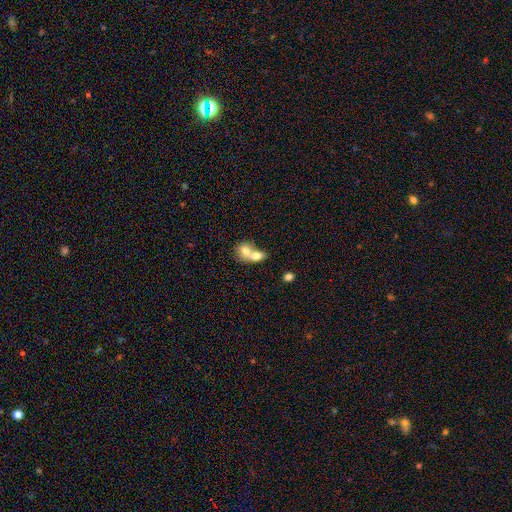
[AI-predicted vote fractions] smooth-or-featured: smooth: 71% | featured or disk: 21% | star or artifact: 8%
  how-rounded: in between: 53% | round: 45% | cigar-shaped: 2%
  merging: merger: 76% | none: 16% | minor disturbance: 5% | major disturbance: 3%